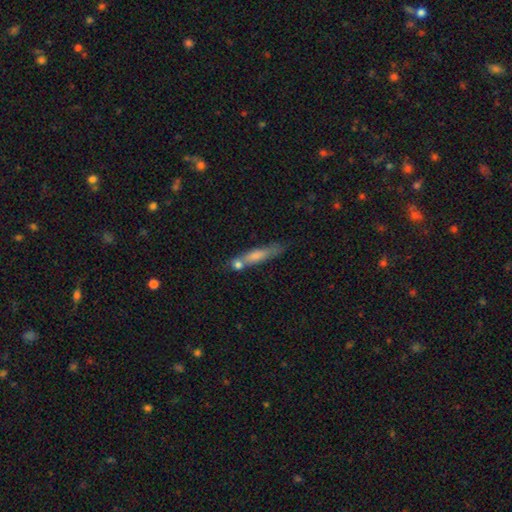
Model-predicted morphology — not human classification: type=smooth (61%); roundness=cigar-shaped (86%); merging=none (53%).